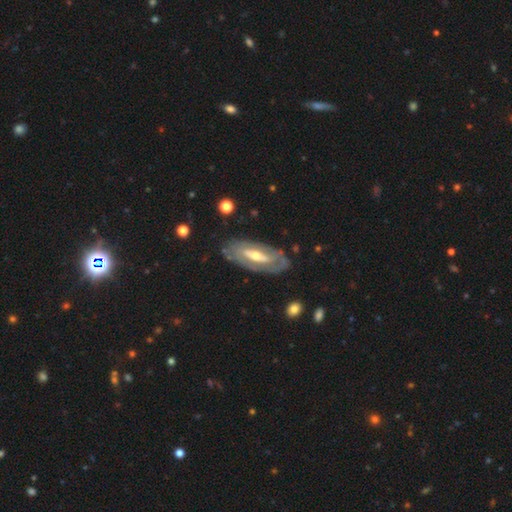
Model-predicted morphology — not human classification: A featured or disk galaxy (78%) with a weak bar (37%), spiral arms (66%) and a moderate central bulge (58%). Merging: none (79%).